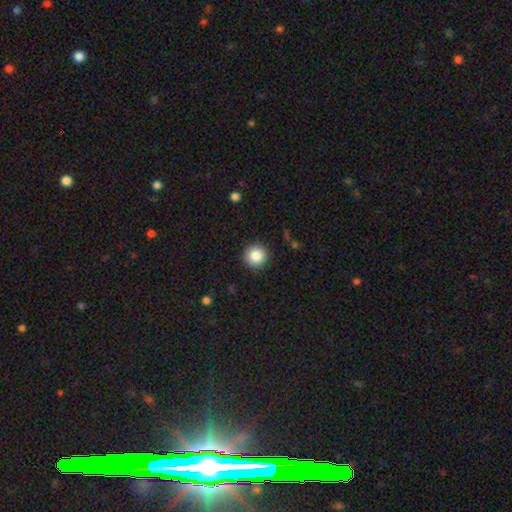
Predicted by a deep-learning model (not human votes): A smooth galaxy with no disk features (85%) that is round (96%).

Vote fractions:
- Smooth or featured? smooth: 85% / star or artifact: 9% / featured or disk: 6%
- How rounded? round: 96% / in between: 3% / cigar-shaped: 1%
- Merging? none: 92% / minor disturbance: 6% / major disturbance: 2% / merger: 1%